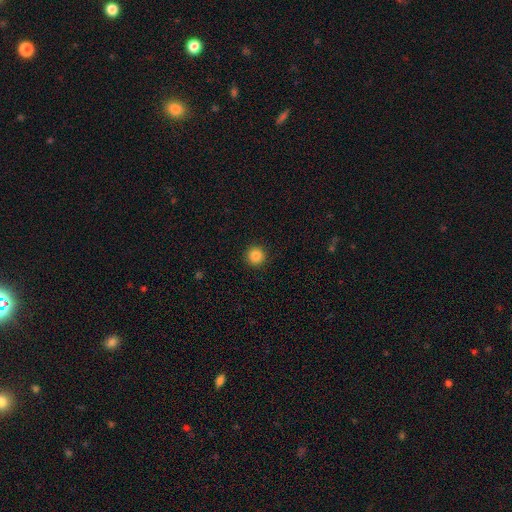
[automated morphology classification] Smooth or featured? Predicted: smooth (p=0.85). How rounded? Predicted: round (p=0.96). Merging? Predicted: none (p=0.93).